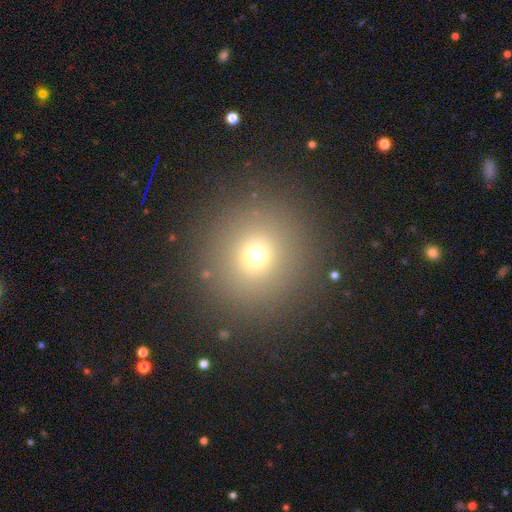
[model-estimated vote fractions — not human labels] Morphology: type=smooth (69%); roundness=round (92%); merging=none (88%).